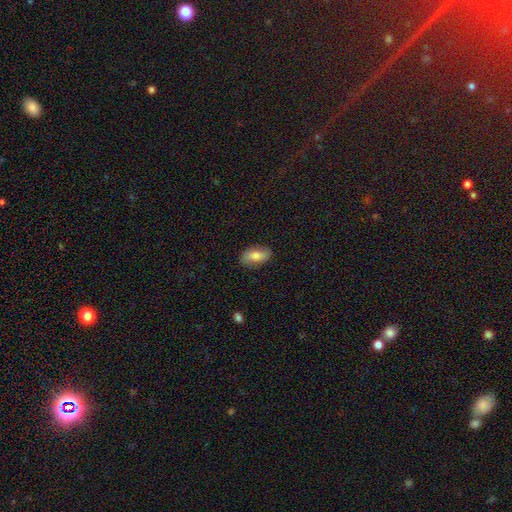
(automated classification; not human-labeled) Smooth or featured?
  - smooth: 72% *
  - featured or disk: 22%
  - star or artifact: 7%
How rounded?
  - in between: 90% *
  - cigar-shaped: 5%
  - round: 5%
Merging?
  - none: 84% *
  - minor disturbance: 13%
  - major disturbance: 3%
  - merger: 1%